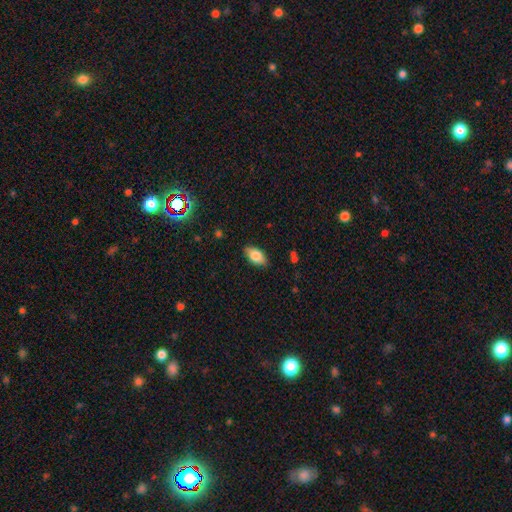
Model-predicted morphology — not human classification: The model was most divided on "smooth or featured": smooth: 78%, featured or disk: 15%, star or artifact: 7%. More confident: how rounded — in between (91%); merging — none (86%).